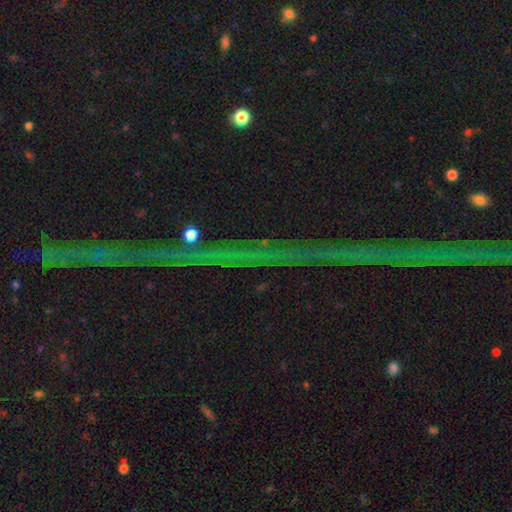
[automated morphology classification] This appears to be a star or artifact, not a galaxy (82%).